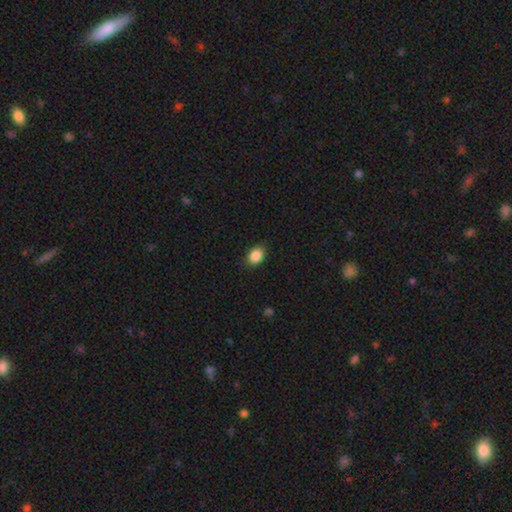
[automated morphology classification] Smooth or featured?
  - smooth: 88% *
  - star or artifact: 8%
  - featured or disk: 4%
How rounded?
  - in between: 73% *
  - round: 26%
  - cigar-shaped: 1%
Merging?
  - none: 86% *
  - minor disturbance: 10%
  - major disturbance: 2%
  - merger: 1%